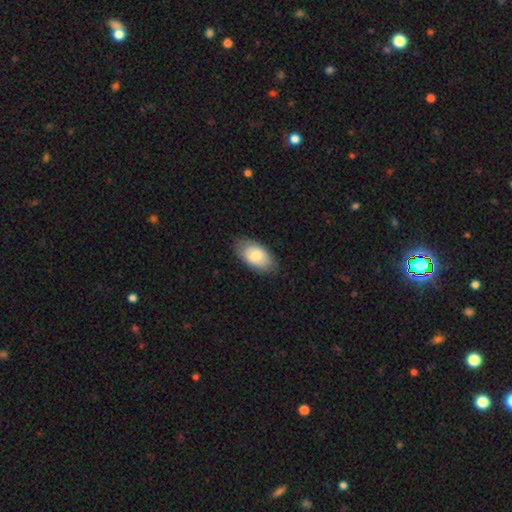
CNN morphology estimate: The model was most divided on "smooth or featured": smooth: 75%, featured or disk: 19%, star or artifact: 6%. More confident: how rounded — in between (94%); merging — none (80%).